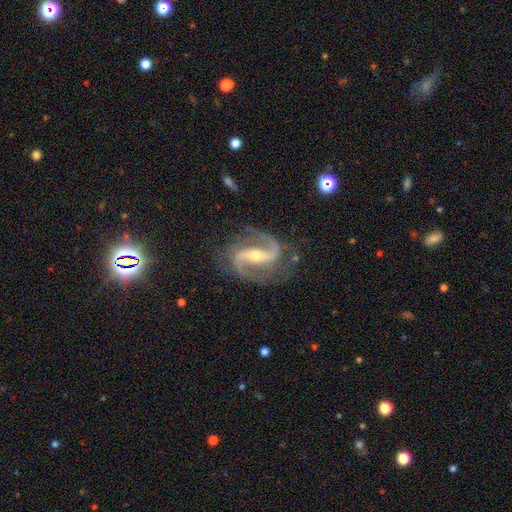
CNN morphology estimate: Smooth or featured: featured or disk — 92% (star or artifact — 5%)
Edge-on disk: no — 97% (yes — 3%)
Bar: strong — 56% (weak — 27%)
Spiral arms: yes — 98% (no — 2%)
Spiral winding: medium — 56% (loose — 30%)
Spiral arm count: 2 — 94% (can't tell — 1%)
Bulge size: small — 53% (moderate — 43%)
Merging: none — 79% (minor disturbance — 14%)